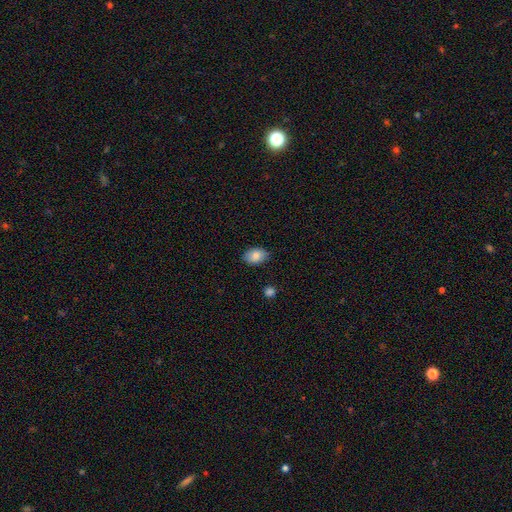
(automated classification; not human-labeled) A smooth galaxy with no disk features (84%) that is in between round and cigar-shaped (84%).

Vote fractions:
- Smooth or featured? smooth: 84% / featured or disk: 8% / star or artifact: 8%
- How rounded? in between: 84% / round: 15% / cigar-shaped: 1%
- Merging? none: 84% / minor disturbance: 12% / major disturbance: 2% / merger: 1%